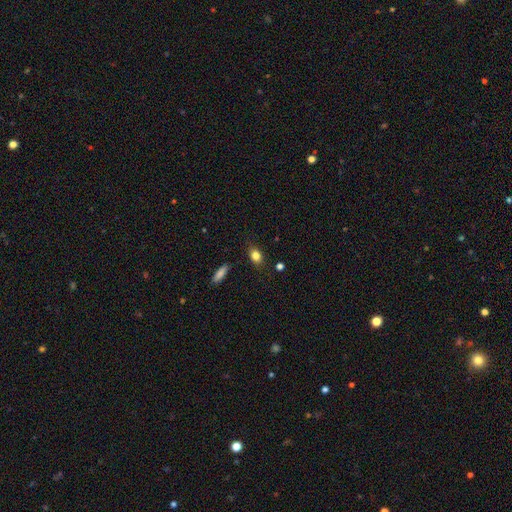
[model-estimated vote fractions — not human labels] Overall: smooth (82%). How rounded: in between (68%; round 28%). Merging: none (81%).